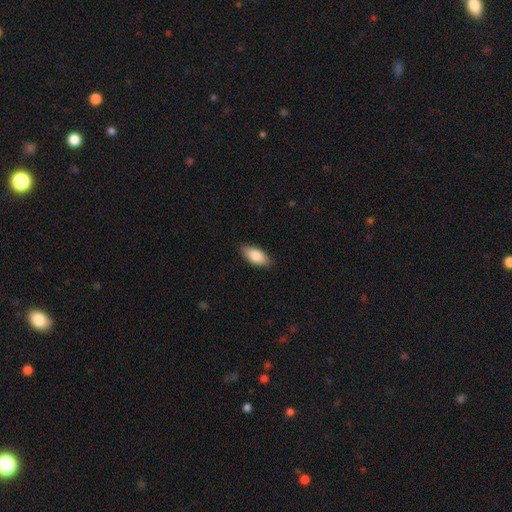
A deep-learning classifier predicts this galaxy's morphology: Smooth or featured? smooth (84%)
How rounded? in between (90%)
Merging? none (87%)